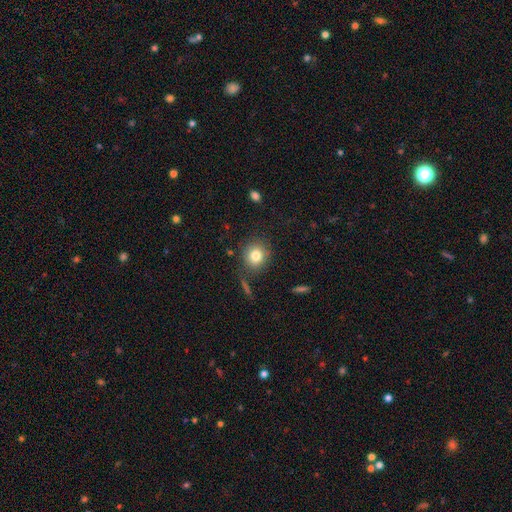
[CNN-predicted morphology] Smooth or featured?
  - smooth: 81% *
  - star or artifact: 10%
  - featured or disk: 9%
How rounded?
  - round: 84% *
  - in between: 15%
  - cigar-shaped: 1%
Merging?
  - none: 82% *
  - minor disturbance: 10%
  - major disturbance: 4%
  - merger: 4%